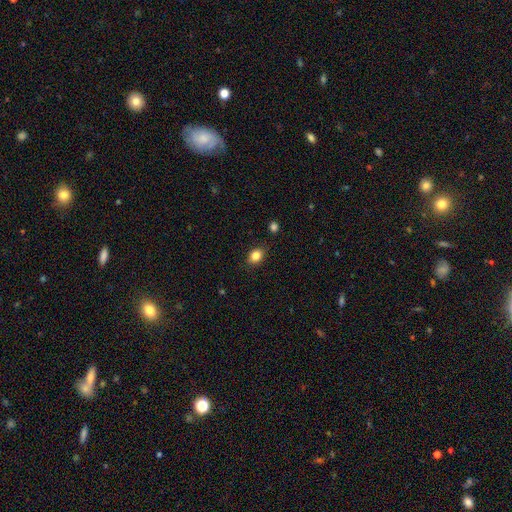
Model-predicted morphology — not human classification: smooth_or_featured: smooth (p=0.84) [alt: star or artifact p=0.10]
how_rounded: in between (p=0.67) [alt: round p=0.32]
merging: none (p=0.85) [alt: minor disturbance p=0.11]